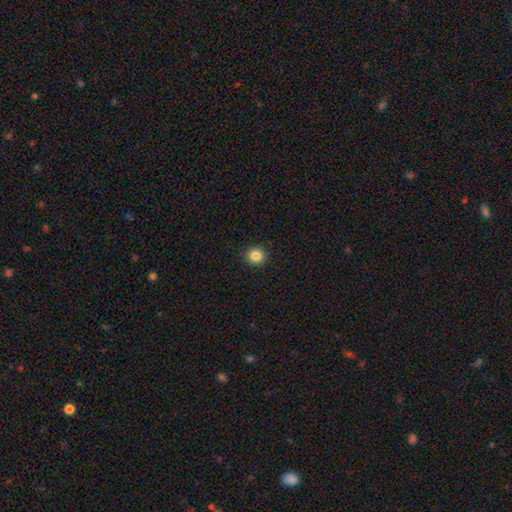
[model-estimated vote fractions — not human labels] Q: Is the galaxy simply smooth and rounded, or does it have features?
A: smooth — 85%.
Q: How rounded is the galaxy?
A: round — 93%.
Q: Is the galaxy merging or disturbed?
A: none — 92%.